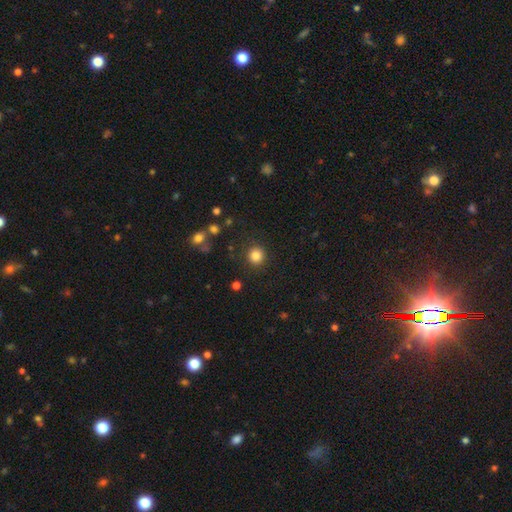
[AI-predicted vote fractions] smooth 85%, star or artifact 11%, featured or disk 4%. Down the decision tree: how rounded — round (91%); merging — none (88%).